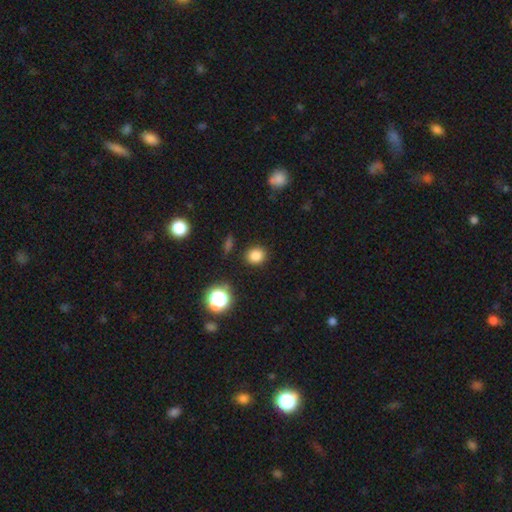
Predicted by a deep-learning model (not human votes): smooth_or_featured: smooth (p=0.82) [alt: star or artifact p=0.14]
how_rounded: round (p=0.75) [alt: in between p=0.24]
merging: none (p=0.87) [alt: minor disturbance p=0.08]